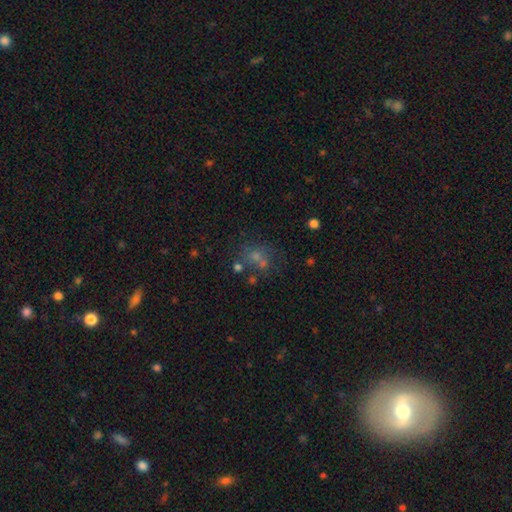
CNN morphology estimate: A smooth galaxy with no disk features (40%).

Vote fractions:
- Smooth or featured? smooth: 40% / star or artifact: 38% / featured or disk: 22%
- Merging? none: 56% / merger: 22% / minor disturbance: 13% / major disturbance: 9%